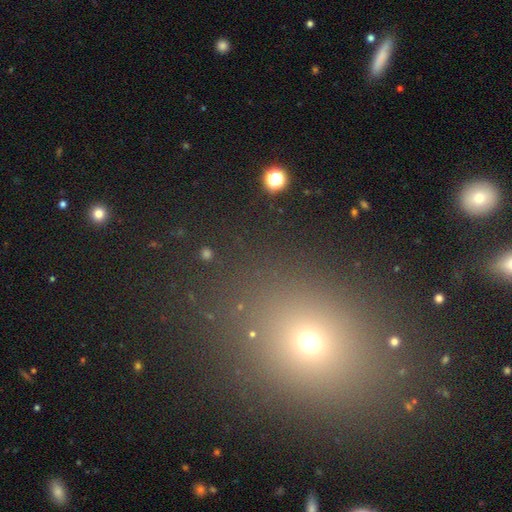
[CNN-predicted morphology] A smooth galaxy with no disk features (56%) that is round (53%).

Vote fractions:
- Smooth or featured? smooth: 56% / star or artifact: 34% / featured or disk: 10%
- How rounded? round: 53% / in between: 45% / cigar-shaped: 2%
- Merging? none: 86% / minor disturbance: 7% / major disturbance: 4% / merger: 3%